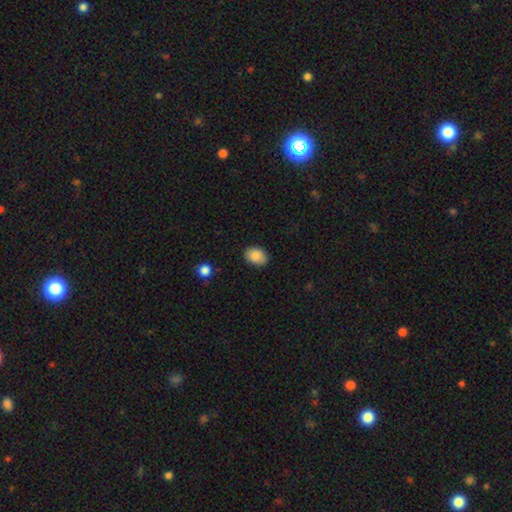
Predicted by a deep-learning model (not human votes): The model was most divided on "how rounded": in between: 76%, round: 23%, cigar-shaped: 1%. More confident: smooth or featured — smooth (87%); merging — none (84%).